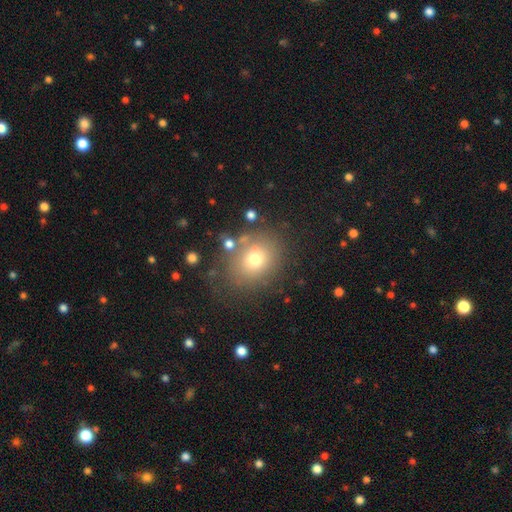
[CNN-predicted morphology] This appears to be a smooth galaxy with no disk features (69%) that is round (66%). Merging: none (74%).